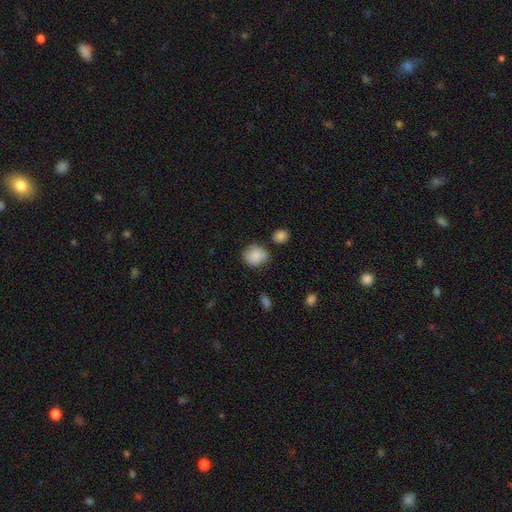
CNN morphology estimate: Q: Smooth or featured?
A: smooth (87%); runner-up: star or artifact (8%)
Q: How rounded?
A: round (67%); runner-up: in between (32%)
Q: Merging?
A: none (71%); runner-up: minor disturbance (19%)